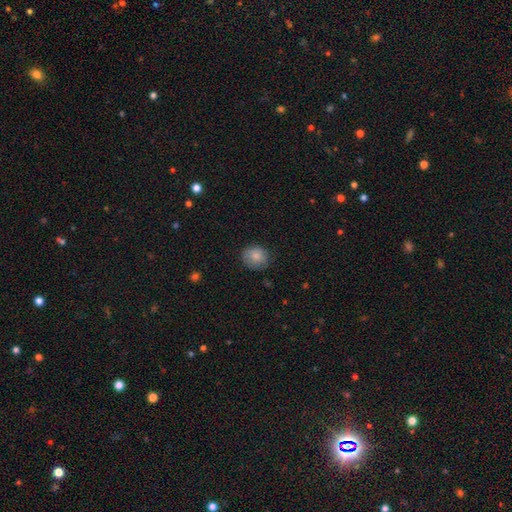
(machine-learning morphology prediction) Smooth or featured?
  - smooth: 84% *
  - featured or disk: 9%
  - star or artifact: 8%
How rounded?
  - round: 74% *
  - in between: 26%
  - cigar-shaped: 1%
Merging?
  - none: 78% *
  - minor disturbance: 17%
  - major disturbance: 3%
  - merger: 1%